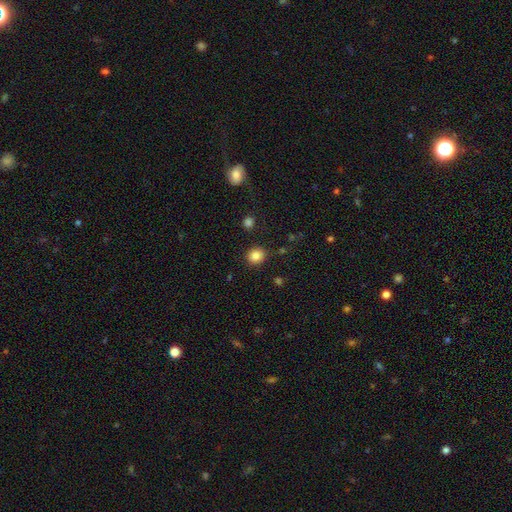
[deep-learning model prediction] smooth-or-featured: smooth: 85% | star or artifact: 11% | featured or disk: 4%
  how-rounded: round: 82% | in between: 17% | cigar-shaped: 1%
  merging: none: 87% | minor disturbance: 8% | major disturbance: 3% | merger: 2%